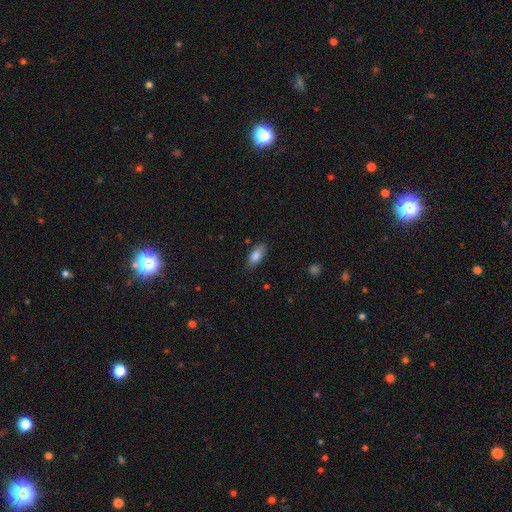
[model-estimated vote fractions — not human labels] Smooth or featured? Predicted: smooth (p=0.84). How rounded? Predicted: in between (p=0.88). Merging? Predicted: none (p=0.82).